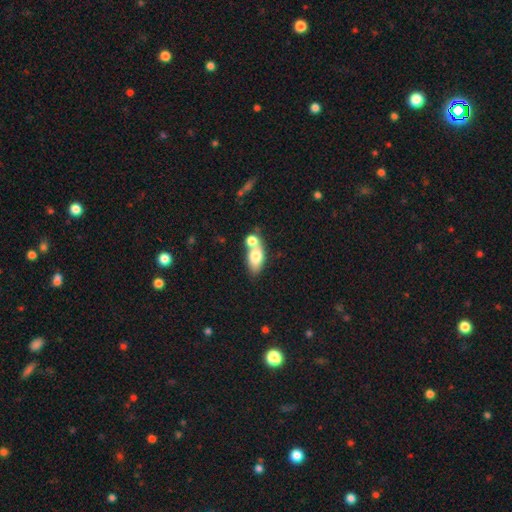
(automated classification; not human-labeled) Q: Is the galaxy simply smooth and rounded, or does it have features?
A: smooth — 73%.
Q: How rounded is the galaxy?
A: in between — 81%.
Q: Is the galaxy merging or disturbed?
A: merger — 51%.